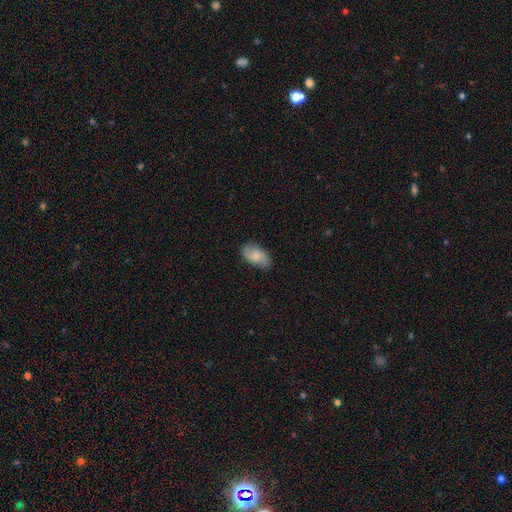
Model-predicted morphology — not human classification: A smooth galaxy with no disk features (61%) that is in between round and cigar-shaped (93%).

Vote fractions:
- Smooth or featured? smooth: 61% / featured or disk: 31% / star or artifact: 7%
- How rounded? in between: 93% / round: 5% / cigar-shaped: 2%
- Merging? none: 76% / minor disturbance: 19% / major disturbance: 4% / merger: 1%